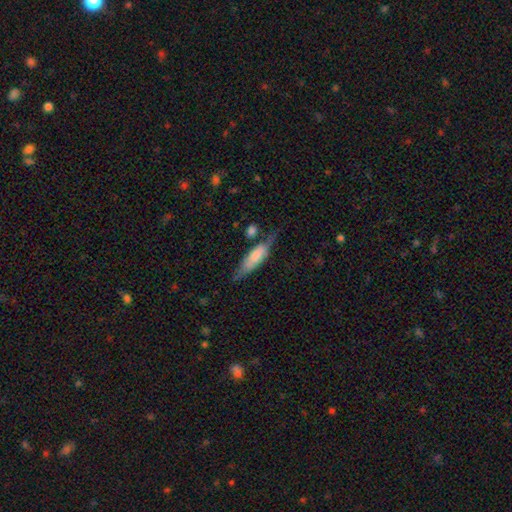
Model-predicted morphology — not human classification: This appears to be a smooth galaxy with no disk features (62%) that is cigar-shaped (57%). Merging: none (52%).